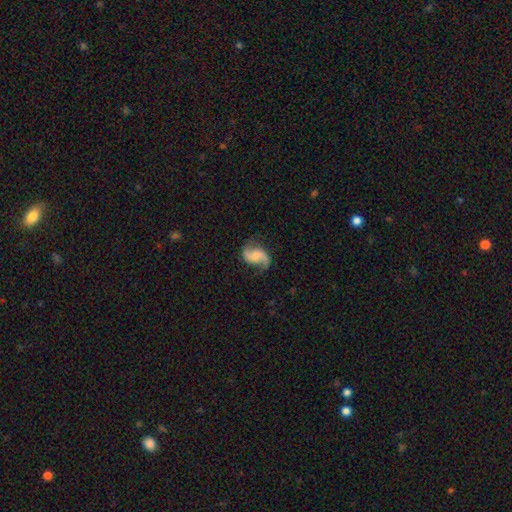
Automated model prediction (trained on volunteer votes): Q: Smooth or featured?
A: featured or disk (85%); runner-up: smooth (9%)
Q: Edge-on disk?
A: no (98%); runner-up: yes (2%)
Q: Bar?
A: no (54%); runner-up: weak (38%)
Q: Spiral arms?
A: yes (97%); runner-up: no (3%)
Q: Spiral winding?
A: loose (60%); runner-up: medium (33%)
Q: Spiral arm count?
A: 2 (93%); runner-up: 1 (2%)
Q: Bulge size?
A: small (37%); runner-up: moderate (28%)
Q: Merging?
A: none (77%); runner-up: minor disturbance (15%)